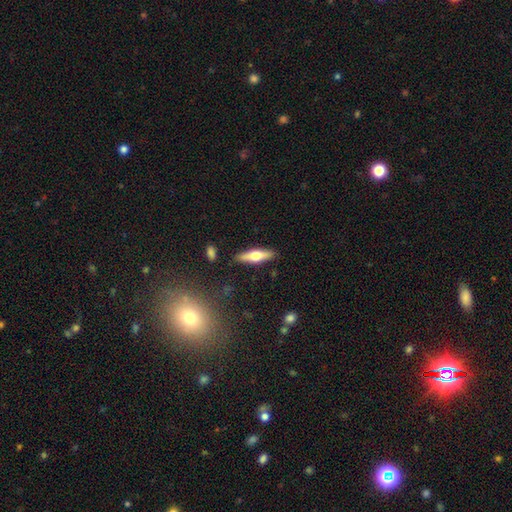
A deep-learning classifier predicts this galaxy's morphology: Smooth or featured?
  - smooth: 48% *
  - featured or disk: 45%
  - star or artifact: 6%
Merging?
  - none: 87% *
  - minor disturbance: 9%
  - major disturbance: 2%
  - merger: 2%